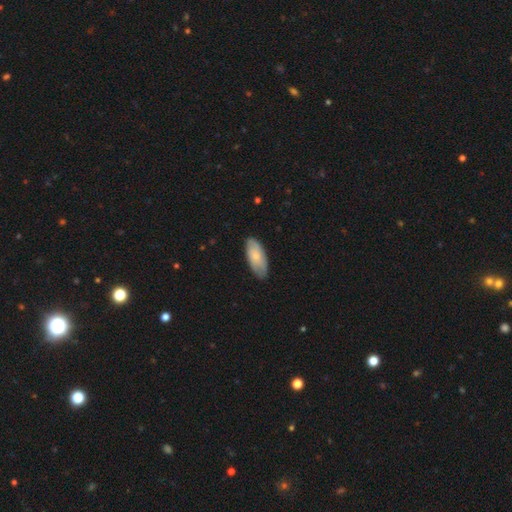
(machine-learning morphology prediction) This appears to be a smooth galaxy with no disk features (70%) that is in between round and cigar-shaped (87%). Merging: none (81%).